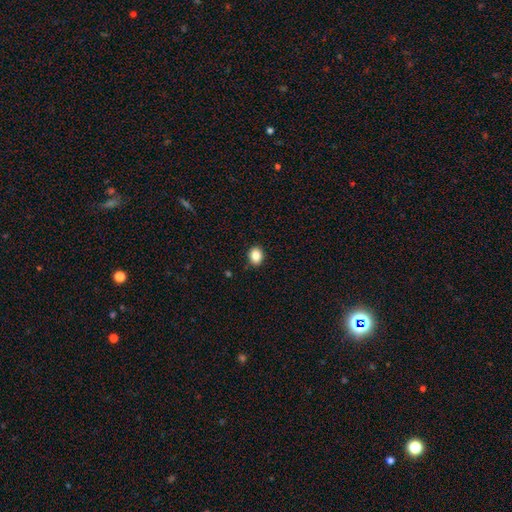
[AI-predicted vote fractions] A smooth galaxy with no disk features (85%) that is round (54%).

Vote fractions:
- Smooth or featured? smooth: 85% / star or artifact: 9% / featured or disk: 5%
- How rounded? round: 54% / in between: 45% / cigar-shaped: 1%
- Merging? none: 90% / minor disturbance: 7% / major disturbance: 2% / merger: 1%